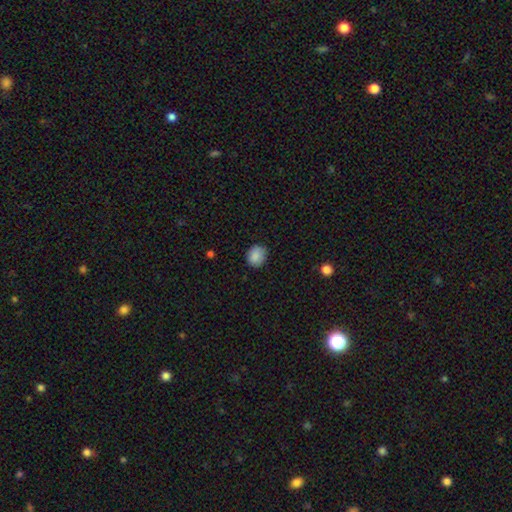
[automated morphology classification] smooth_or_featured: smooth (p=0.87) [alt: star or artifact p=0.08]
how_rounded: round (p=0.69) [alt: in between p=0.30]
merging: none (p=0.81) [alt: minor disturbance p=0.16]